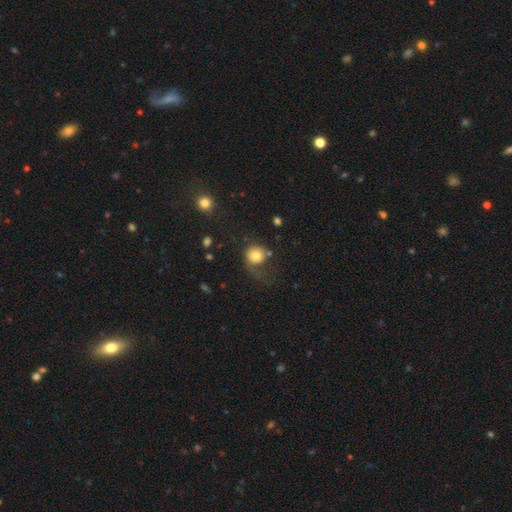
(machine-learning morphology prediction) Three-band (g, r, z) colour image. It shows a smooth galaxy with no disk features (78%) that is round (84%). Merging: none (45%).